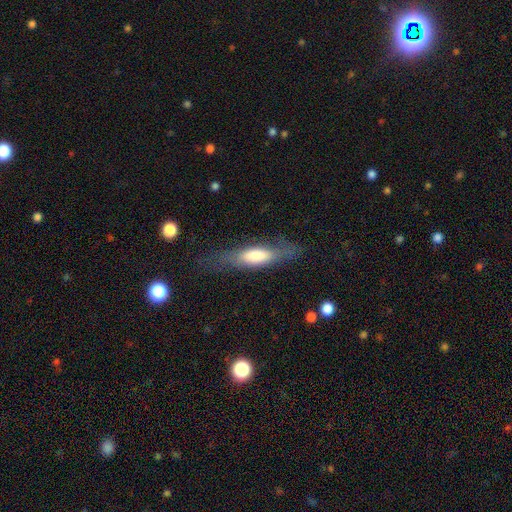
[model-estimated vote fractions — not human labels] smooth 59%, featured or disk 35%, star or artifact 7%. Down the decision tree: how rounded — cigar-shaped (59%); merging — none (69%).